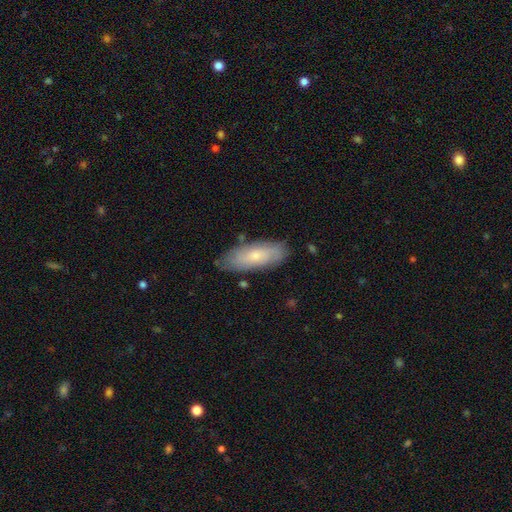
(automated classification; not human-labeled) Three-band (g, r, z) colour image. It shows a smooth galaxy with no disk features (65%) that is in between round and cigar-shaped (74%). Merging: none (78%).